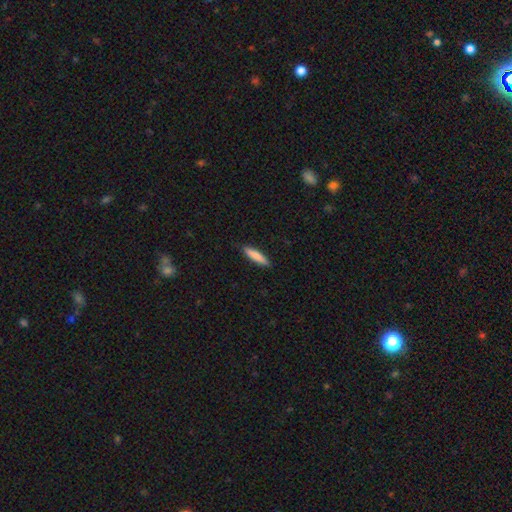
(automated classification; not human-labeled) Smooth or featured?
  - smooth: 82% *
  - featured or disk: 13%
  - star or artifact: 5%
How rounded?
  - cigar-shaped: 81% *
  - in between: 17%
  - round: 1%
Merging?
  - none: 87% *
  - minor disturbance: 10%
  - major disturbance: 2%
  - merger: 1%